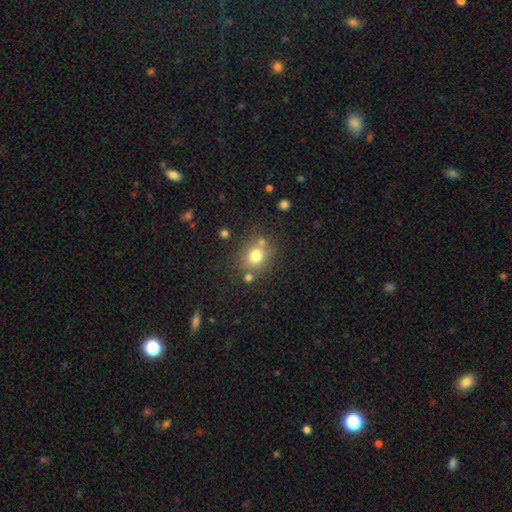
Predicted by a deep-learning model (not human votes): This is likely a smooth galaxy (76%). How rounded: likely round (77%). Merging: likely none (71%).